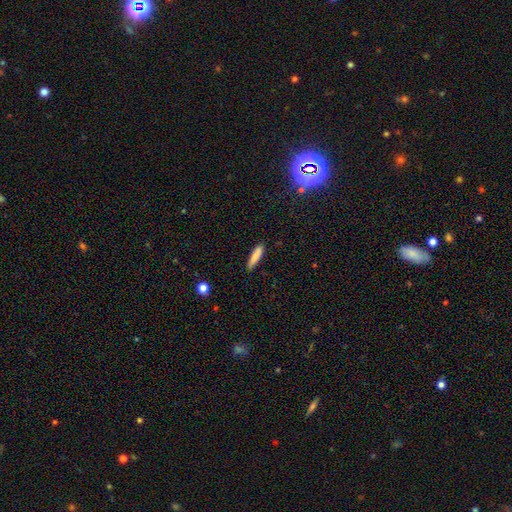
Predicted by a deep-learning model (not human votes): A smooth galaxy with no disk features (82%) that is cigar-shaped (82%).

Vote fractions:
- Smooth or featured? smooth: 82% / featured or disk: 11% / star or artifact: 7%
- How rounded? cigar-shaped: 82% / in between: 16% / round: 1%
- Merging? none: 87% / minor disturbance: 10% / major disturbance: 2% / merger: 1%